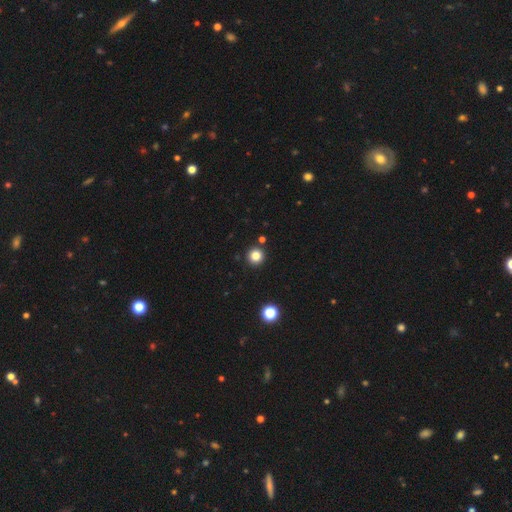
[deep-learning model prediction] Smooth or featured? smooth (82%)
How rounded? round (96%)
Merging? none (91%)